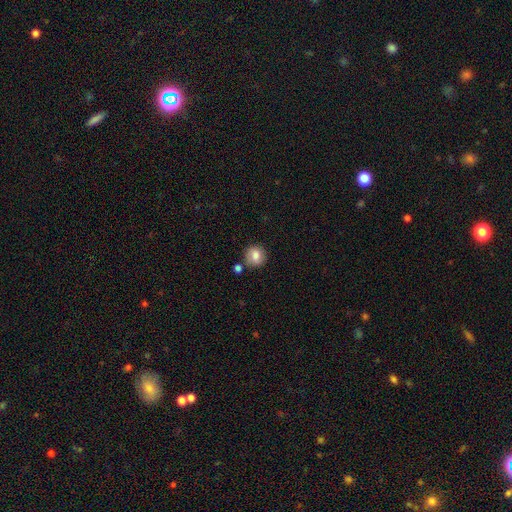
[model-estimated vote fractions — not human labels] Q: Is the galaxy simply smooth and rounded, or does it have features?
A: smooth — 81%.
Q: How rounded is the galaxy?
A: round — 88%.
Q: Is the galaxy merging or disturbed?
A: none — 78%.